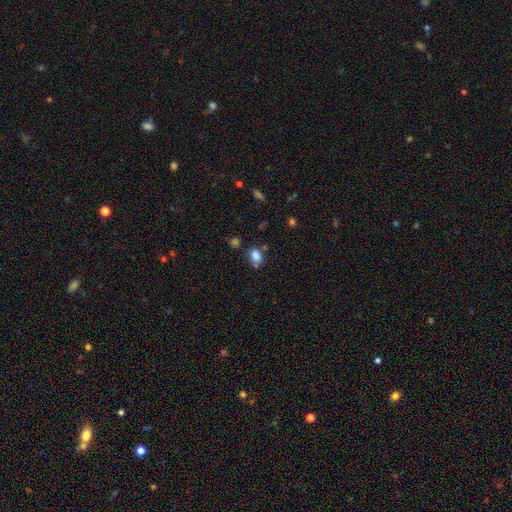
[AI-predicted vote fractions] The model was most divided on "merging": none: 62%, minor disturbance: 20%, merger: 12%, major disturbance: 6%. More confident: smooth or featured — smooth (82%); how rounded — in between (76%).